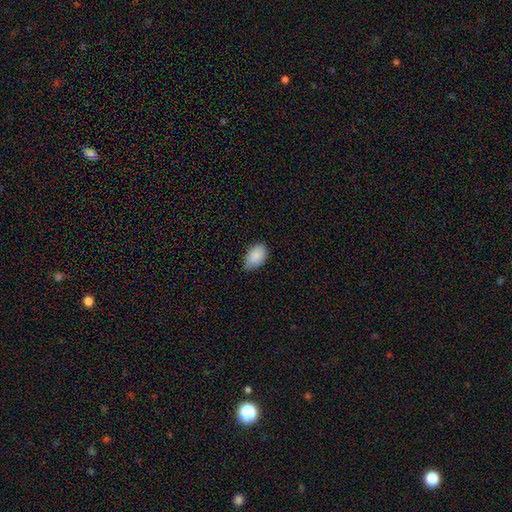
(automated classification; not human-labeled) Overall: smooth (88%). How rounded: in between (90%). Merging: none (71%).